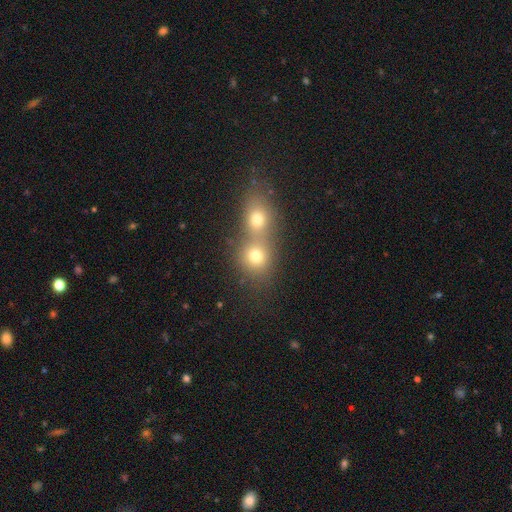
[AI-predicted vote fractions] smooth 73%, star or artifact 15%, featured or disk 11%. Down the decision tree: how rounded — round (74%); merging — merger (61%).